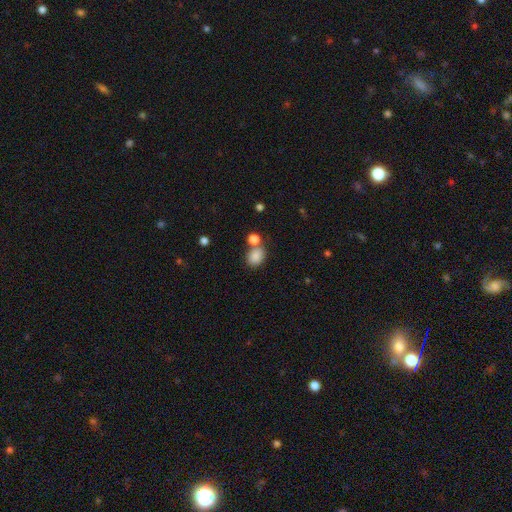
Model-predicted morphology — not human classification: This appears to be a smooth galaxy with no disk features (85%) that is in between round and cigar-shaped (55%). Merging: none (60%).